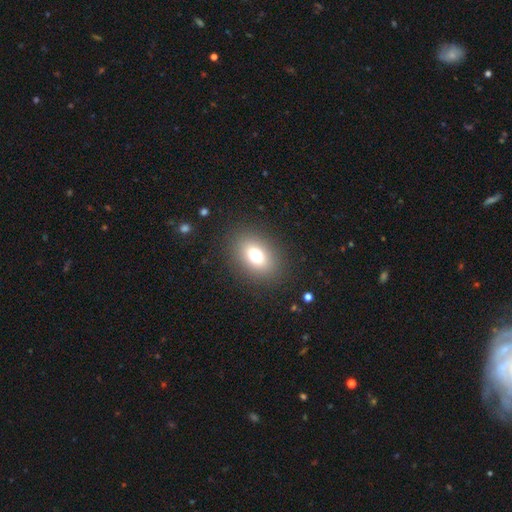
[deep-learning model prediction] A smooth galaxy with no disk features (74%) that is in between round and cigar-shaped (74%). Merging: none (87%).